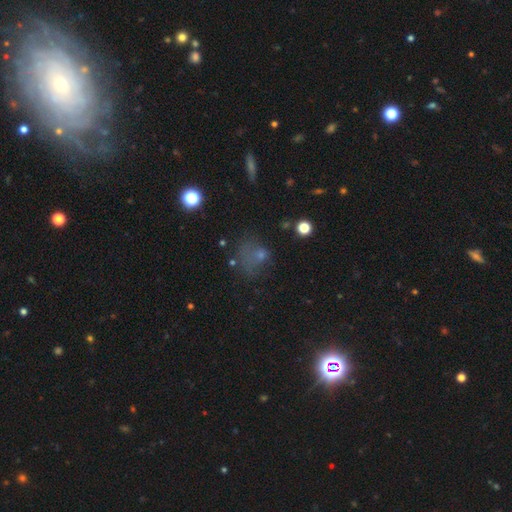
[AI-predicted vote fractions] smooth_or_featured: smooth (p=0.53) [alt: star or artifact p=0.26]
how_rounded: round (p=0.56) [alt: in between p=0.43]
merging: none (p=0.38) [alt: major disturbance p=0.32]